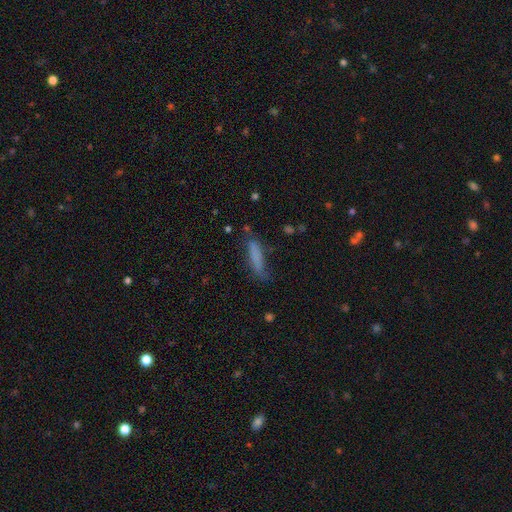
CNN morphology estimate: Q: Smooth or featured?
A: smooth (73%); runner-up: featured or disk (17%)
Q: How rounded?
A: cigar-shaped (75%); runner-up: in between (23%)
Q: Merging?
A: none (59%); runner-up: minor disturbance (27%)